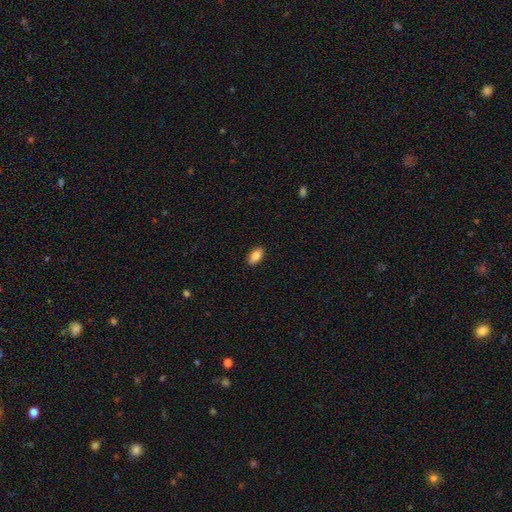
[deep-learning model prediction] Q: Smooth or featured?
A: smooth (84%); runner-up: featured or disk (9%)
Q: How rounded?
A: in between (92%); runner-up: round (5%)
Q: Merging?
A: none (89%); runner-up: minor disturbance (9%)